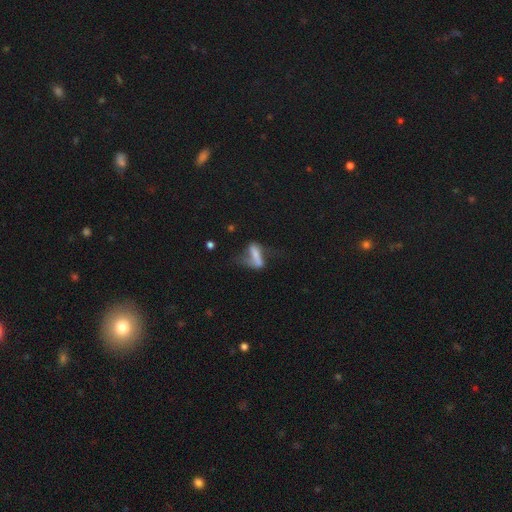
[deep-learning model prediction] This appears to be a smooth galaxy with no disk features (48%). Merging: major disturbance (42%).